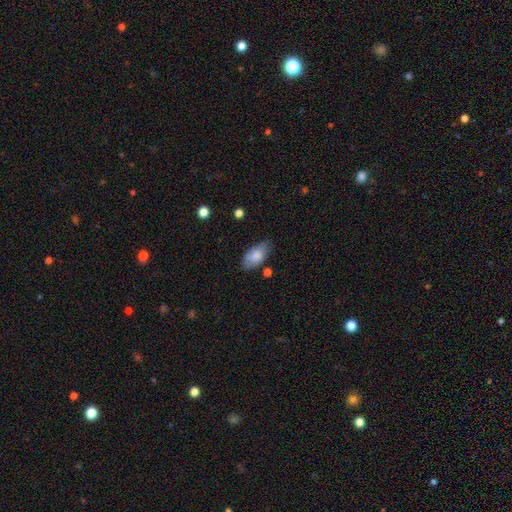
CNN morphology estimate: Q: Smooth or featured?
A: smooth (82%); runner-up: featured or disk (11%)
Q: How rounded?
A: in between (93%); runner-up: cigar-shaped (4%)
Q: Merging?
A: none (73%); runner-up: minor disturbance (21%)